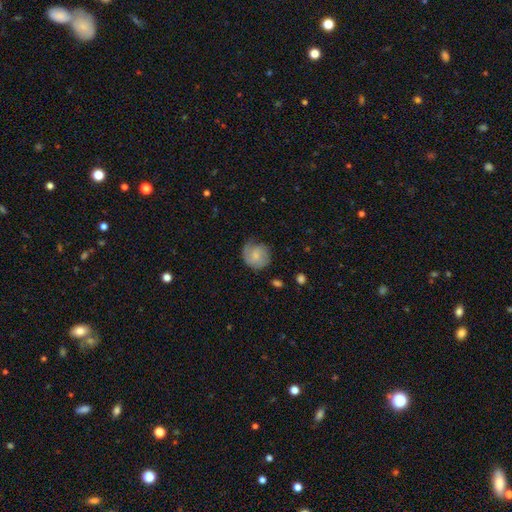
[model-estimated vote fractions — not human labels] smooth-or-featured: smooth: 55% | featured or disk: 38% | star or artifact: 7%
  how-rounded: round: 84% | in between: 15% | cigar-shaped: 1%
  merging: none: 63% | minor disturbance: 26% | major disturbance: 10% | merger: 2%